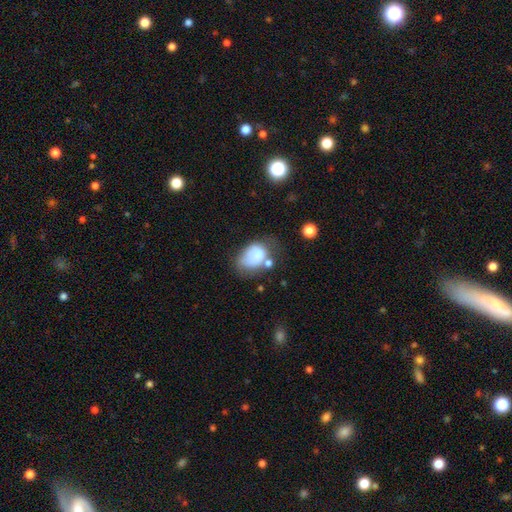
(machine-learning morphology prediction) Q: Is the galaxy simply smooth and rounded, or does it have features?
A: smooth — 73%.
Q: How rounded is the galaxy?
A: in between — 73%.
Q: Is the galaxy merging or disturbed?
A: none — 33%.